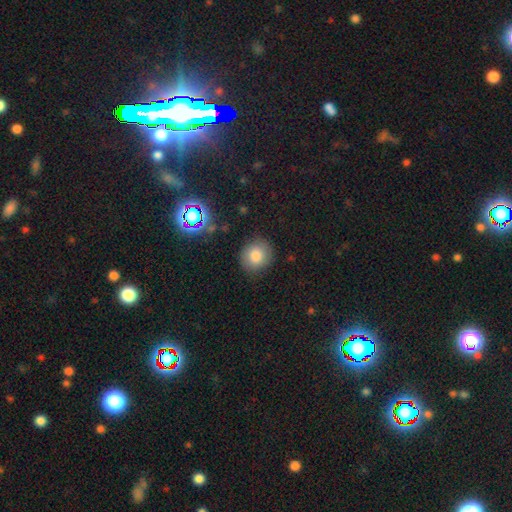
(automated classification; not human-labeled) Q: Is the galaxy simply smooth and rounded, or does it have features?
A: smooth — 80%.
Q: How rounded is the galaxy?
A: round — 82%.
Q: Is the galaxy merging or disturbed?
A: none — 84%.